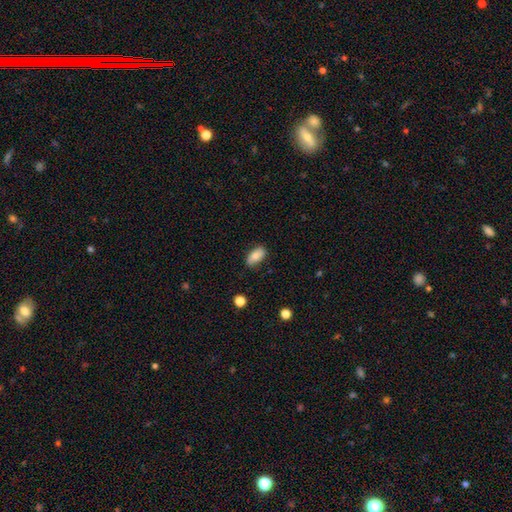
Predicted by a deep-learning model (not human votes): smooth_or_featured: smooth (p=0.80) [alt: featured or disk p=0.13]
how_rounded: in between (p=0.92) [alt: round p=0.04]
merging: none (p=0.82) [alt: minor disturbance p=0.14]